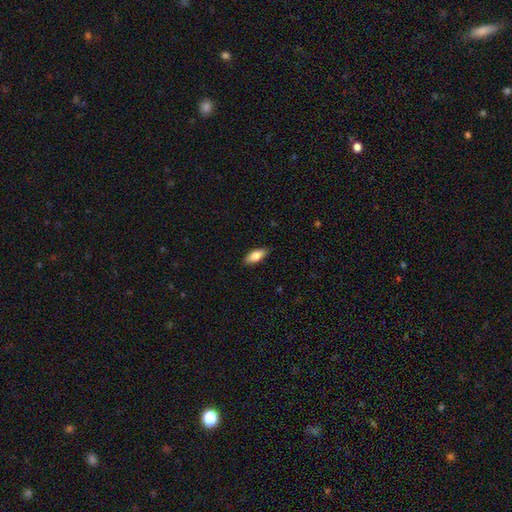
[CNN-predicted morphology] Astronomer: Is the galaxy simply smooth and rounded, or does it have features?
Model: smooth — 82%.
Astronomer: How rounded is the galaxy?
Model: in between — 84%.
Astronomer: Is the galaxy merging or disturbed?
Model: none — 86%.